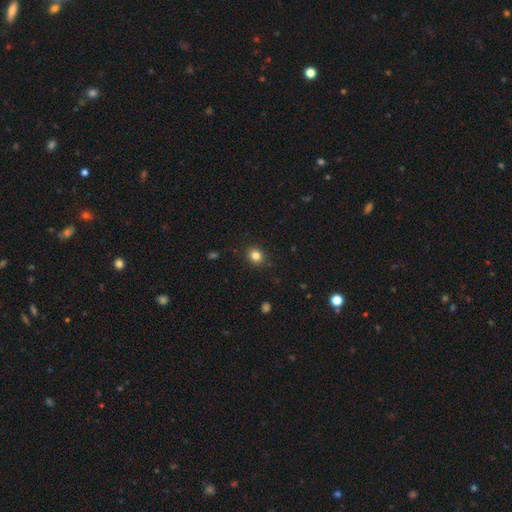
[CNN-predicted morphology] This appears to be a smooth galaxy with no disk features (83%) that is round (78%). Merging: none (90%).